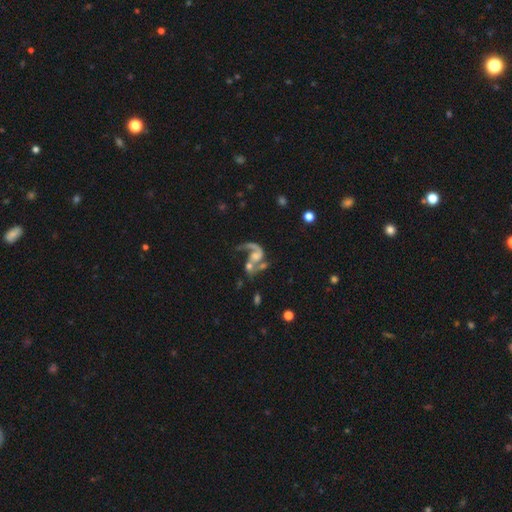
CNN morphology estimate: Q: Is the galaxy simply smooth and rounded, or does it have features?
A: featured or disk — 76%.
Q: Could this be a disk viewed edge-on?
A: no — 98%.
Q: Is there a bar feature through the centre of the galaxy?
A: no — 64%.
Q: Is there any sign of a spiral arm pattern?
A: yes — 87%.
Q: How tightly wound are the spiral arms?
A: loose — 64%.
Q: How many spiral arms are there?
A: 1 — 58%.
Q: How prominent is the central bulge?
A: moderate — 34%.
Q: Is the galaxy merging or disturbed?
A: merger — 45%.